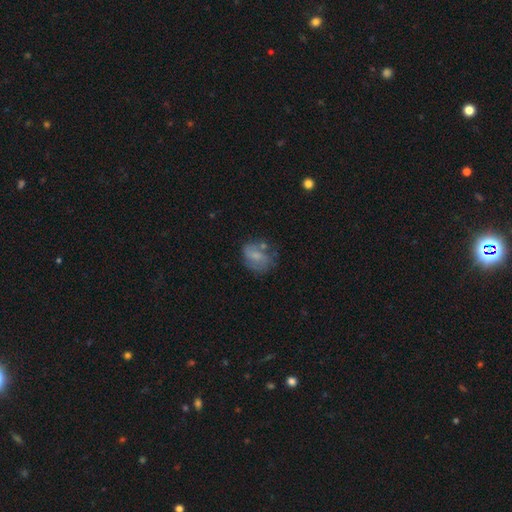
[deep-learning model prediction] Q: Smooth or featured?
A: smooth (57%); runner-up: featured or disk (33%)
Q: How rounded?
A: in between (63%); runner-up: round (35%)
Q: Merging?
A: none (46%); runner-up: minor disturbance (27%)